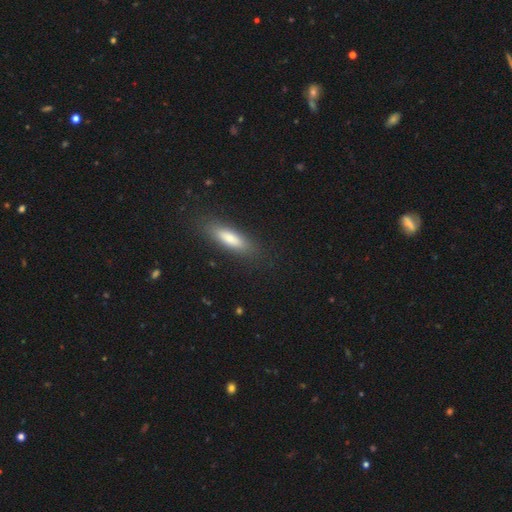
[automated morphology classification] smooth-or-featured: smooth: 66% | featured or disk: 22% | star or artifact: 12%
  how-rounded: cigar-shaped: 61% | in between: 37% | round: 2%
  merging: none: 86% | minor disturbance: 10% | major disturbance: 3% | merger: 1%